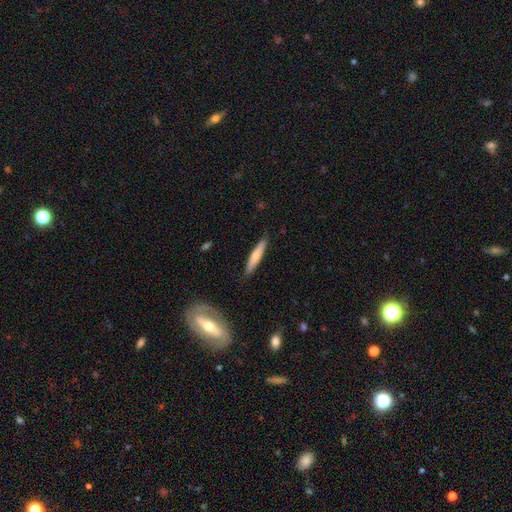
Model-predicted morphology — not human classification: smooth-or-featured: smooth: 61% | featured or disk: 33% | star or artifact: 6%
  how-rounded: cigar-shaped: 89% | in between: 10% | round: 1%
  merging: none: 87% | minor disturbance: 10% | major disturbance: 2% | merger: 1%